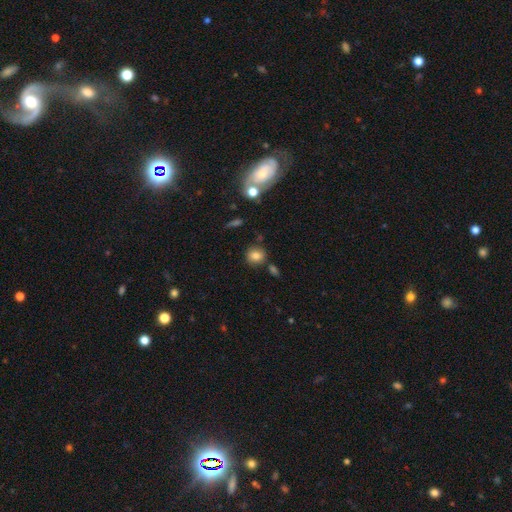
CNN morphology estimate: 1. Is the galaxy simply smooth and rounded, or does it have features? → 80% smooth, 12% star or artifact, 9% featured or disk.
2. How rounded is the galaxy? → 81% round, 18% in between, 1% cigar-shaped.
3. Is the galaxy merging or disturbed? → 79% none, 11% minor disturbance, 7% merger, 3% major disturbance.